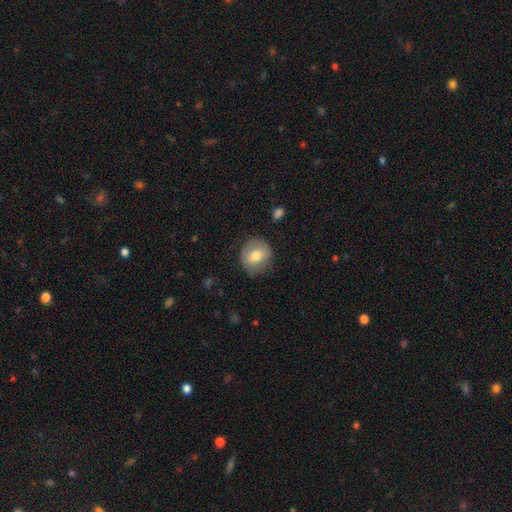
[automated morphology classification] type=smooth (70%); roundness=round (85%); merging=none (78%).